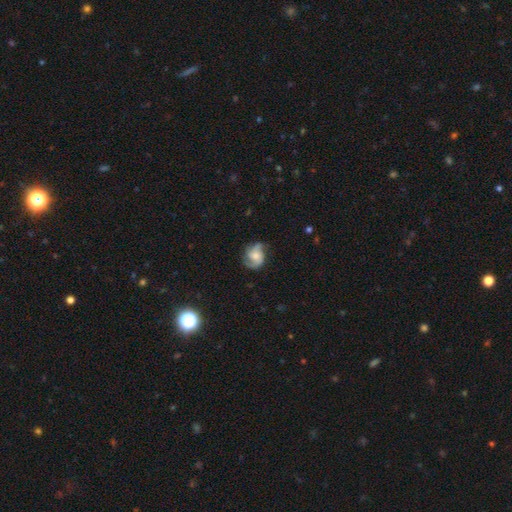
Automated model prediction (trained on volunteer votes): smooth_or_featured: featured or disk (p=0.65) [alt: smooth p=0.27]
disk_edge_on: no (p=0.97) [alt: yes p=0.03]
bar: no (p=0.63) [alt: weak p=0.30]
has_spiral_arms: yes (p=0.91) [alt: no p=0.09]
spiral_winding: medium (p=0.46) [alt: loose p=0.31]
spiral_arm_count: 2 (p=0.61) [alt: 3 p=0.18]
bulge_size: moderate (p=0.40) [alt: small p=0.28]
merging: none (p=0.63) [alt: minor disturbance p=0.23]